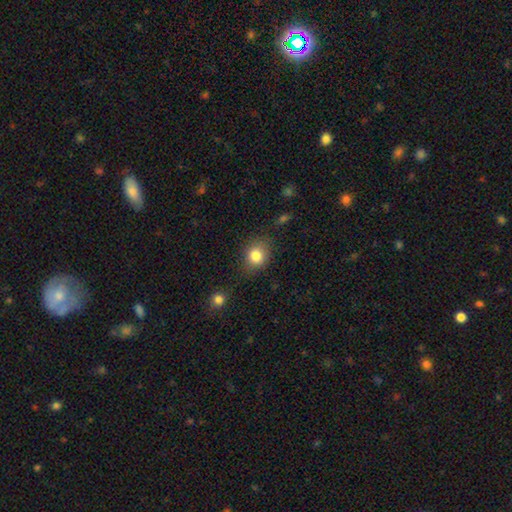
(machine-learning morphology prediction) Overall: smooth (83%). How rounded: round (61%; in between 38%). Merging: none (74%).